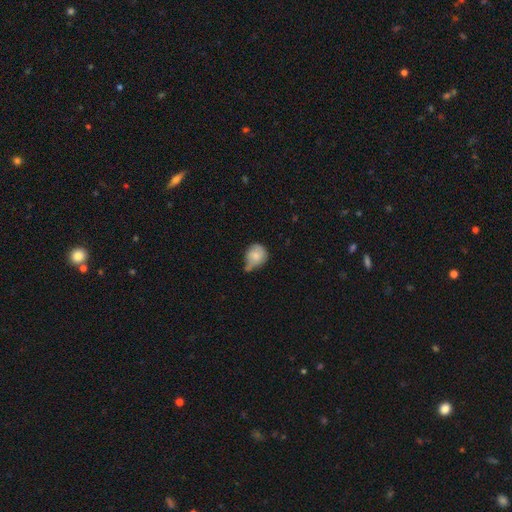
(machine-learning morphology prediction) smooth-or-featured: smooth: 69% | featured or disk: 23% | star or artifact: 8%
  how-rounded: round: 72% | in between: 27% | cigar-shaped: 1%
  merging: minor disturbance: 39% | none: 31% | merger: 15% | major disturbance: 14%